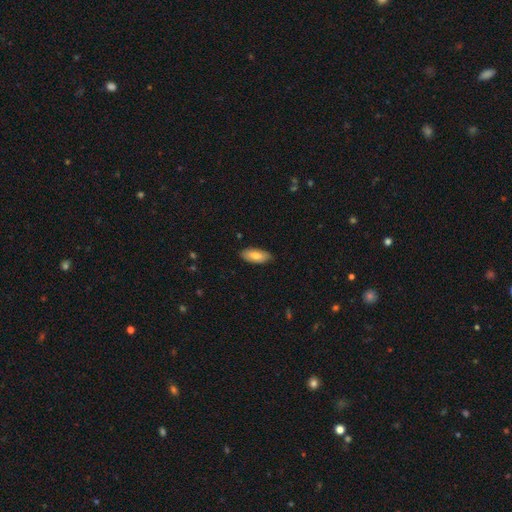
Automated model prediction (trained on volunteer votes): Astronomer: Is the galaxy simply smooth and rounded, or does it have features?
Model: smooth — 76%.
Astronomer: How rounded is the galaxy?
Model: in between — 88%.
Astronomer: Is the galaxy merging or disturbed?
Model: none — 86%.